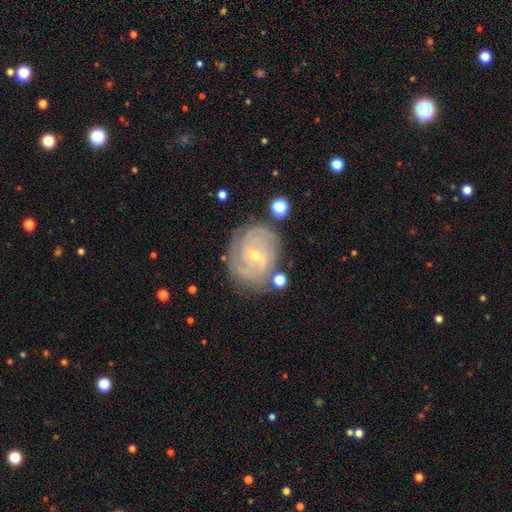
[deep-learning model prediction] Smooth or featured? featured or disk (85%)
Edge-on disk? no (97%)
Bar? weak (45%)
Spiral arms? yes (96%)
Spiral winding? tight (68%)
Spiral arm count? can't tell (25%)
Bulge size? small (76%)
Merging? none (76%)